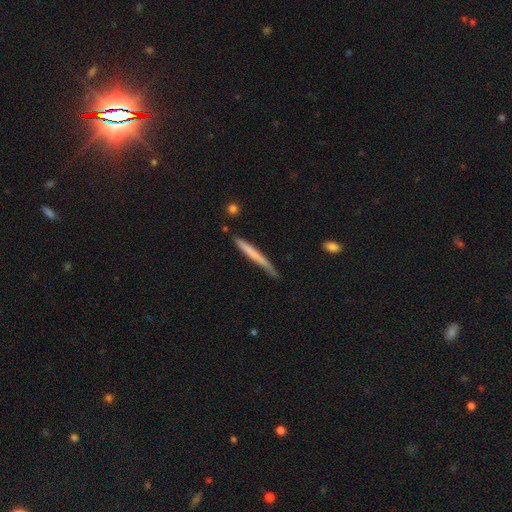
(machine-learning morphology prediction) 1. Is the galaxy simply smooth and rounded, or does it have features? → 59% smooth, 35% featured or disk, 6% star or artifact.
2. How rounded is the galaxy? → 97% cigar-shaped, 2% in between, 1% round.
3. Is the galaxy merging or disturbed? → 76% none, 19% minor disturbance, 3% major disturbance, 2% merger.